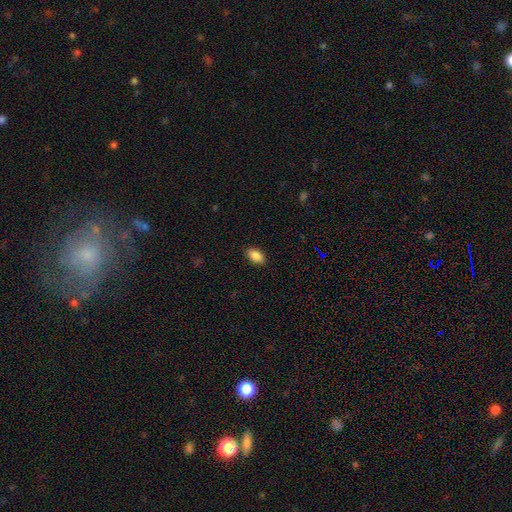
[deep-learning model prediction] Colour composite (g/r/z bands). It shows a smooth galaxy with no disk features (88%) that is in between round and cigar-shaped (92%). Merging: none (89%).